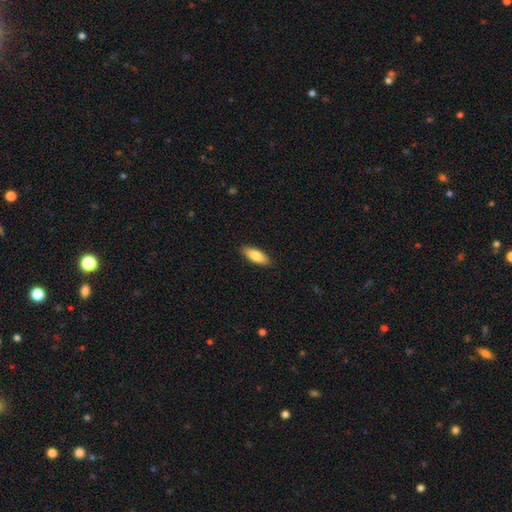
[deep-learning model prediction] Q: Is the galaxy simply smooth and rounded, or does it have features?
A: smooth — 83%.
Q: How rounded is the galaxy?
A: in between — 71%.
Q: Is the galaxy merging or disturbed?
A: none — 89%.